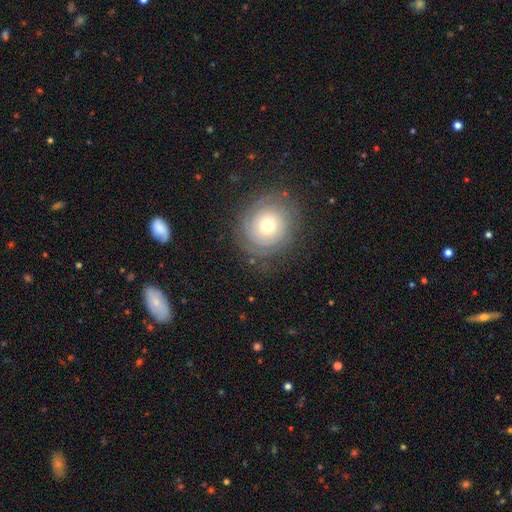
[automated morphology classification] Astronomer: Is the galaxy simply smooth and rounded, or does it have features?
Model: smooth — 49% (runner-up: featured or disk, 32%).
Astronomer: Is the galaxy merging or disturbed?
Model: none — 82%.